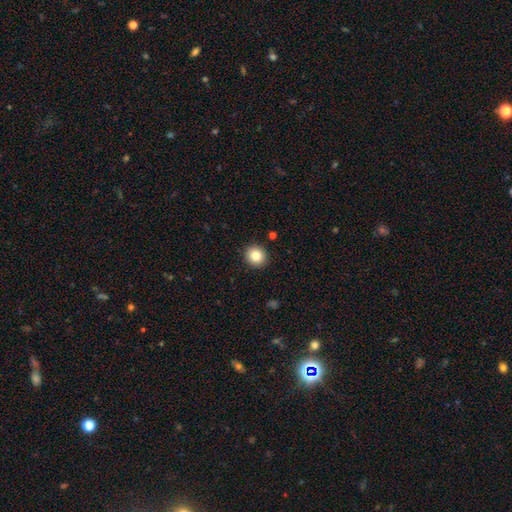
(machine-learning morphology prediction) The model was most divided on "smooth or featured": smooth: 82%, star or artifact: 10%, featured or disk: 8%. More confident: merging — none (92%); how rounded — round (90%).